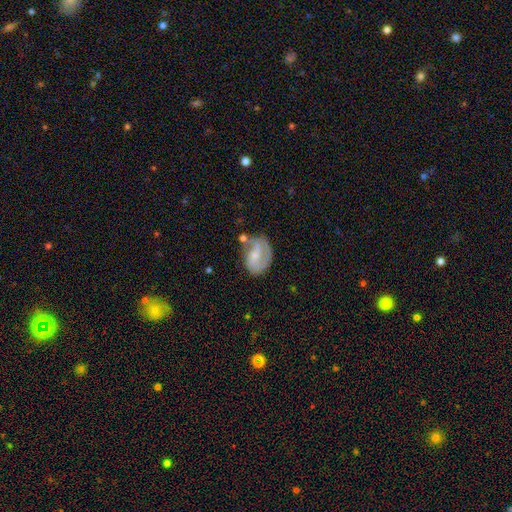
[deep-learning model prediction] Morphology: type=featured or disk (70%); edge-on=no (97%); bar=no (45%); spiral arms=yes (88%); winding=medium (44%); arm count=2 (61%); bulge=small (59%); merging=none (48%).